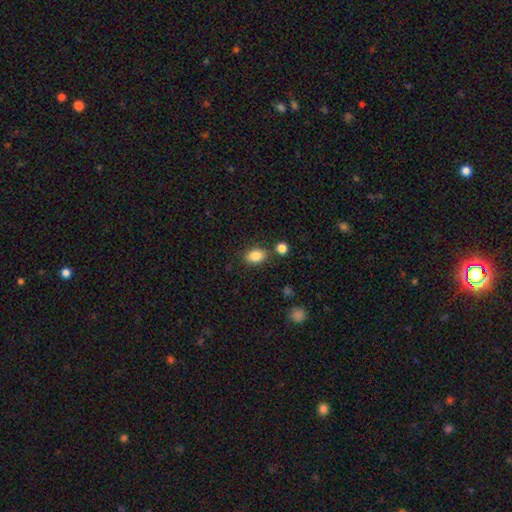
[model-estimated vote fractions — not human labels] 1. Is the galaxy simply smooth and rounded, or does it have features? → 85% smooth, 9% star or artifact, 6% featured or disk.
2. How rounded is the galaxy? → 82% in between, 17% round, 1% cigar-shaped.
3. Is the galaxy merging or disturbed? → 78% none, 11% minor disturbance, 8% merger, 3% major disturbance.